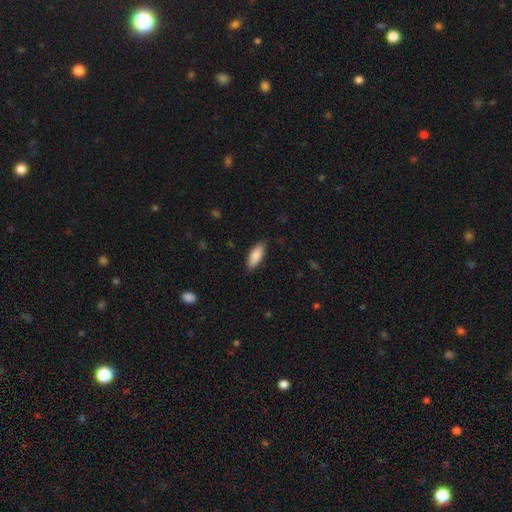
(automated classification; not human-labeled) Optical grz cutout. It shows a smooth galaxy with no disk features (86%) that is in between round and cigar-shaped (76%). Merging: none (85%).